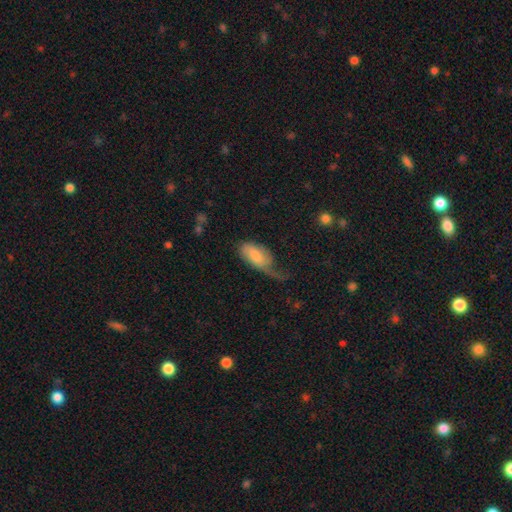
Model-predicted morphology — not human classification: The model was most divided on "merging": major disturbance: 46%, minor disturbance: 30%, none: 21%, merger: 3%. More confident: how rounded — in between (92%); smooth or featured — smooth (68%).